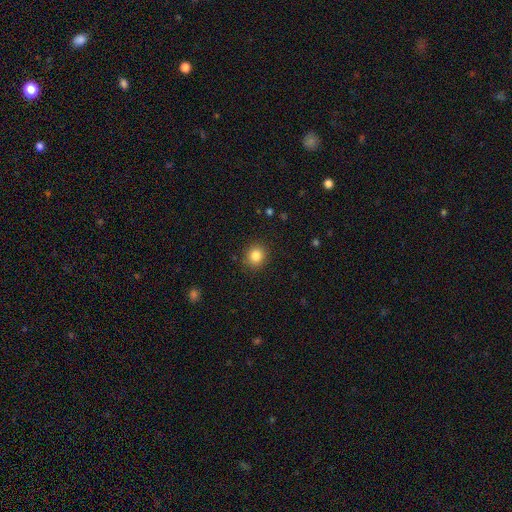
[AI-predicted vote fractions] Morphology: type=smooth (85%); roundness=round (83%); merging=none (89%).